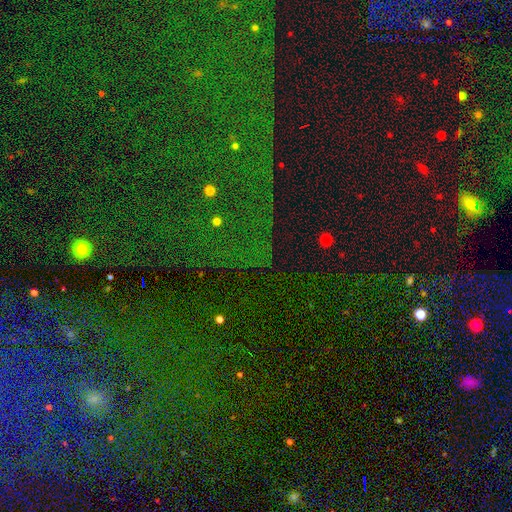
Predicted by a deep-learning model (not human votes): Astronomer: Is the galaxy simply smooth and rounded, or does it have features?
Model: star or artifact — 81%.